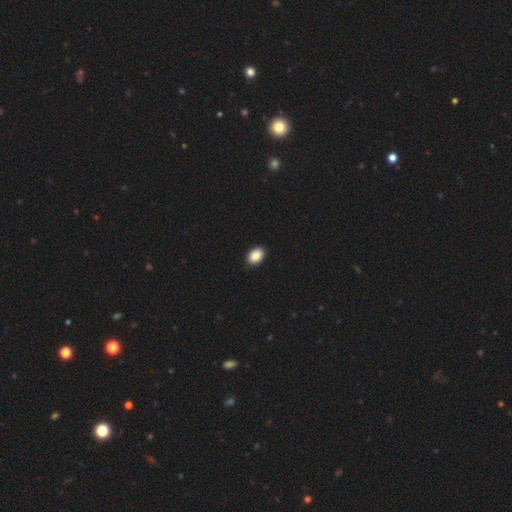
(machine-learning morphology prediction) Overall: smooth (90%). How rounded: in between (78%). Merging: none (91%).